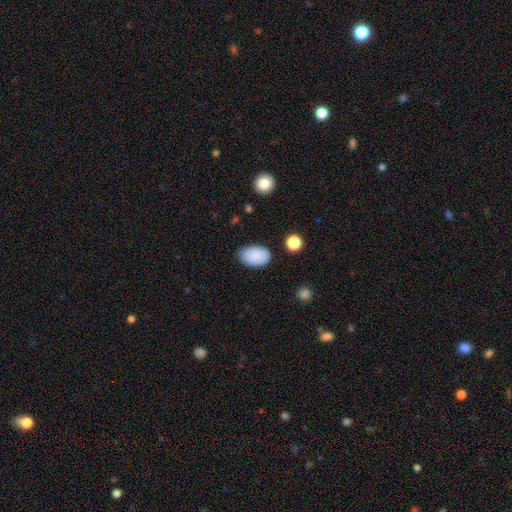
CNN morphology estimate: Q: Smooth or featured?
A: smooth (87%); runner-up: star or artifact (7%)
Q: How rounded?
A: in between (91%); runner-up: round (8%)
Q: Merging?
A: none (78%); runner-up: minor disturbance (17%)